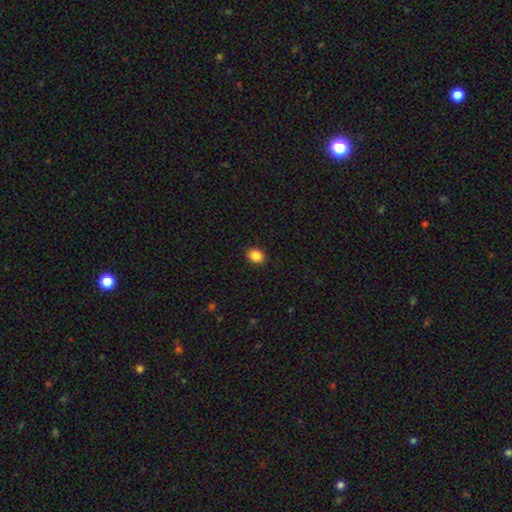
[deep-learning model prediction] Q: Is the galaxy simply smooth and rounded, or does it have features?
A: smooth — 87%.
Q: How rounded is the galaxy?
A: round — 52%.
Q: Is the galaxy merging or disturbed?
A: none — 90%.